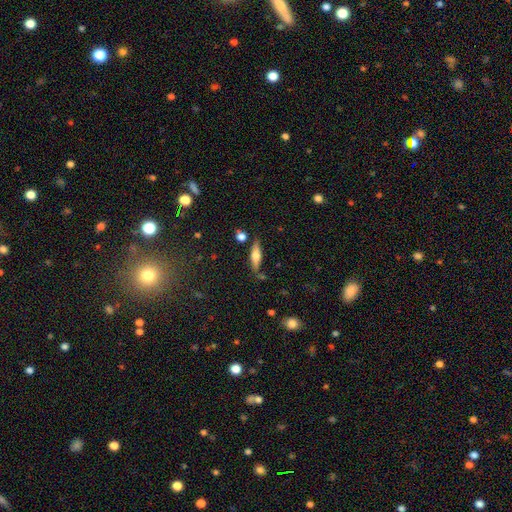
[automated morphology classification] smooth 53%, featured or disk 39%, star or artifact 7%. Down the decision tree: how rounded — cigar-shaped (55%); merging — none (77%).